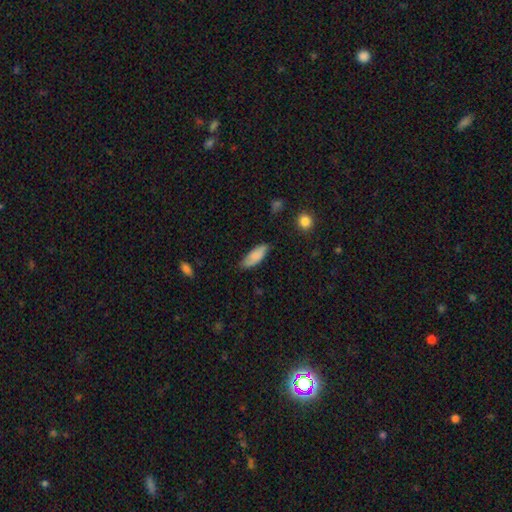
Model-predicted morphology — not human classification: smooth-or-featured: smooth: 85% | featured or disk: 9% | star or artifact: 6%
  how-rounded: in between: 71% | cigar-shaped: 28% | round: 2%
  merging: none: 79% | minor disturbance: 17% | major disturbance: 3% | merger: 1%